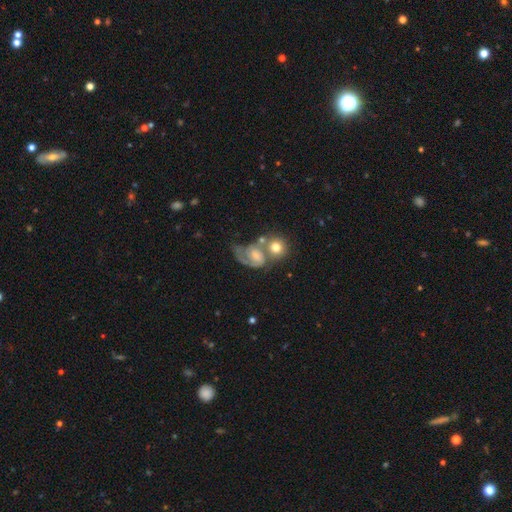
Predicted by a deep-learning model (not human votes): Smooth or featured? featured or disk (68%)
Edge-on disk? no (97%)
Bar? no (61%)
Spiral arms? yes (86%)
Spiral winding? medium (44%)
Spiral arm count? 2 (47%)
Bulge size? moderate (42%)
Merging? merger (41%)